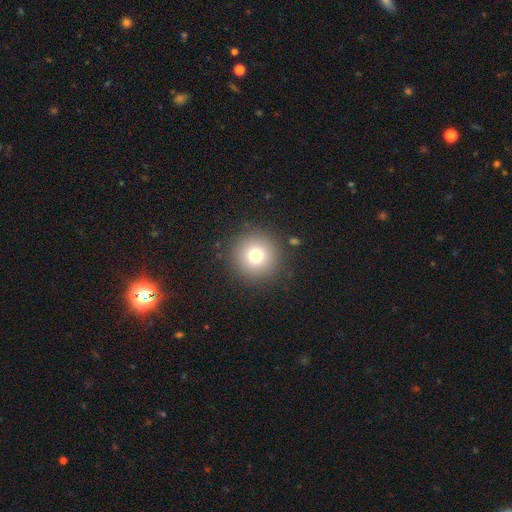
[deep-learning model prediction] A smooth galaxy with no disk features (75%) that is round (96%). Merging: none (90%).